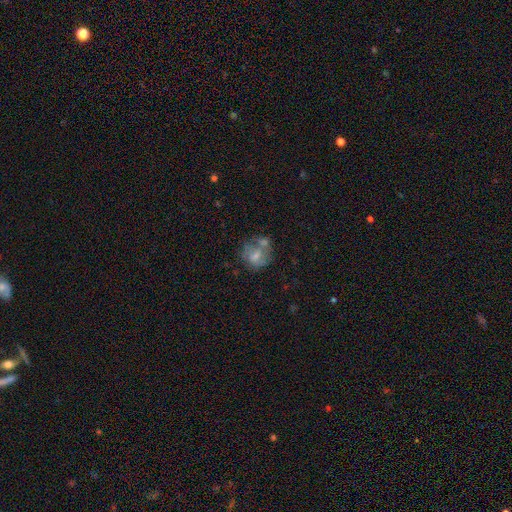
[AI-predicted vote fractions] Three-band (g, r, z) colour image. It shows a smooth galaxy with no disk features (54%) that is round (68%). Merging: none (36%).